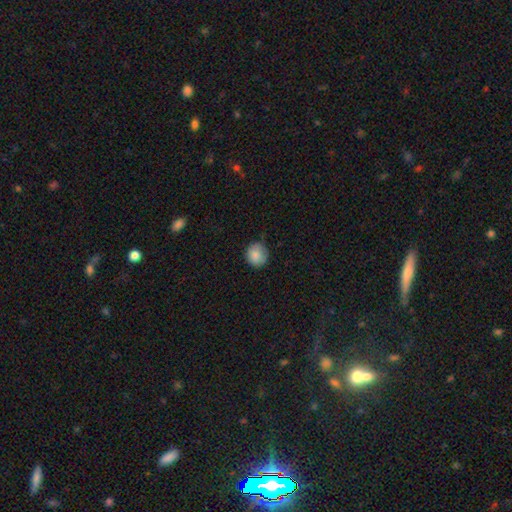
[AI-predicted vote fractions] Q: Smooth or featured?
A: smooth (86%); runner-up: star or artifact (8%)
Q: How rounded?
A: round (87%); runner-up: in between (13%)
Q: Merging?
A: none (75%); runner-up: minor disturbance (20%)